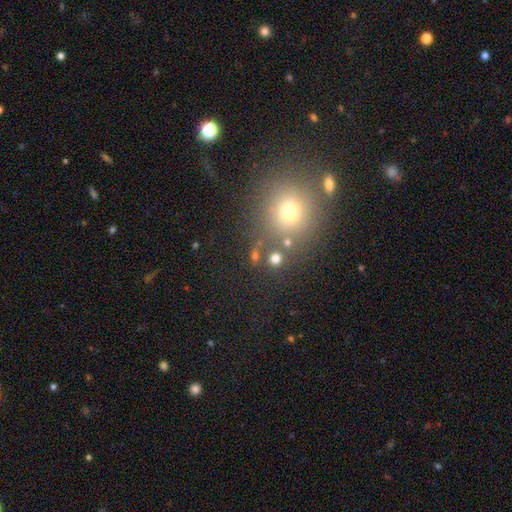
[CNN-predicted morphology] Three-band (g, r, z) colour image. It shows a smooth galaxy with no disk features (60%) that is round (83%). Merging: none (73%).